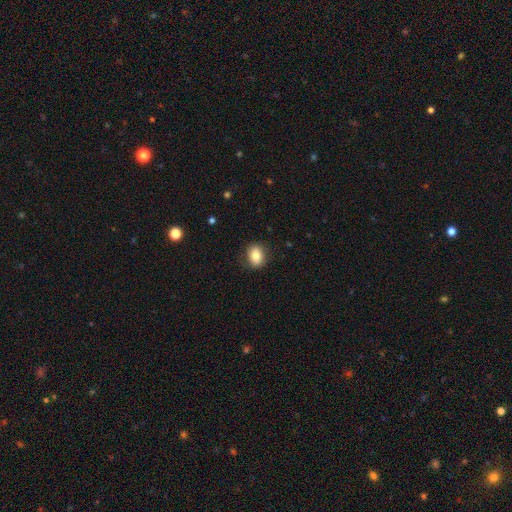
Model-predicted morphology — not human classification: Overall: smooth (81%). How rounded: in between (57%; round 42%). Merging: none (84%).